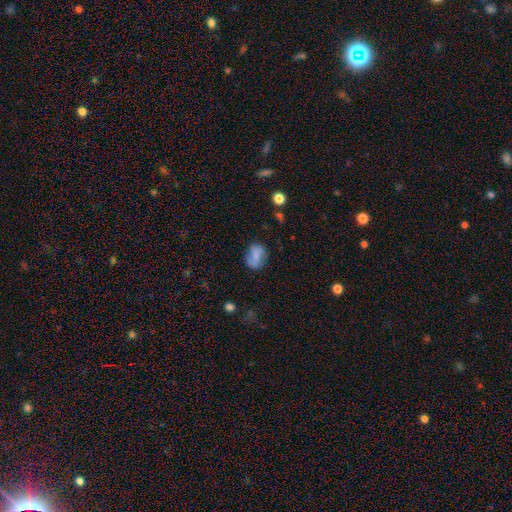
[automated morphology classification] type=smooth (64%); roundness=in between (72%); merging=none (60%).